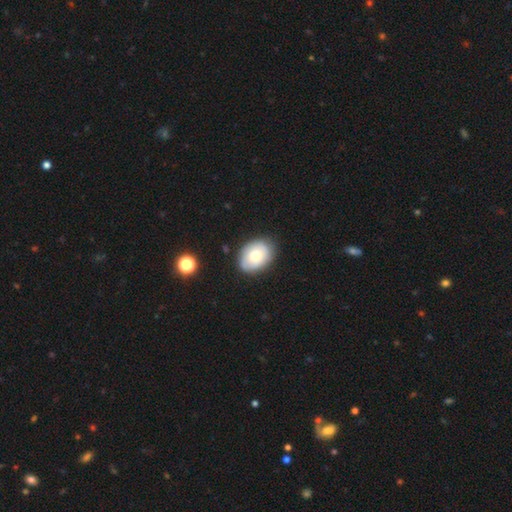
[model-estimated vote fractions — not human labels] This appears to be a smooth galaxy with no disk features (67%) that is in between round and cigar-shaped (70%). Merging: none (81%).